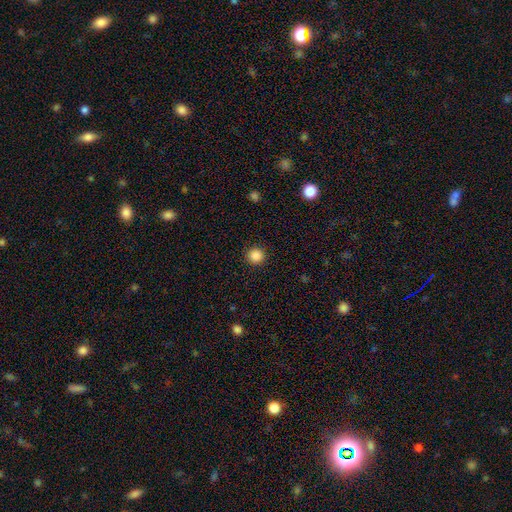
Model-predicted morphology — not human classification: A smooth galaxy with no disk features (87%) that is round (94%). Merging: none (92%).